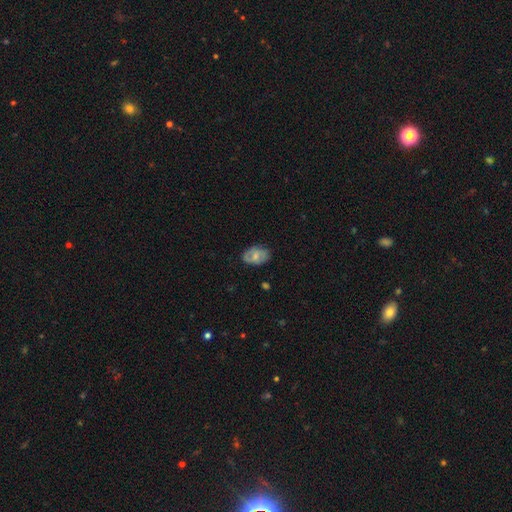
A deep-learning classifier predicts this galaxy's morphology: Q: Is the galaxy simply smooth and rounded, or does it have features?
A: smooth — 53%.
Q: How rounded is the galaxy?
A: in between — 86%.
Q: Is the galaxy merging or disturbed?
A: none — 74%.